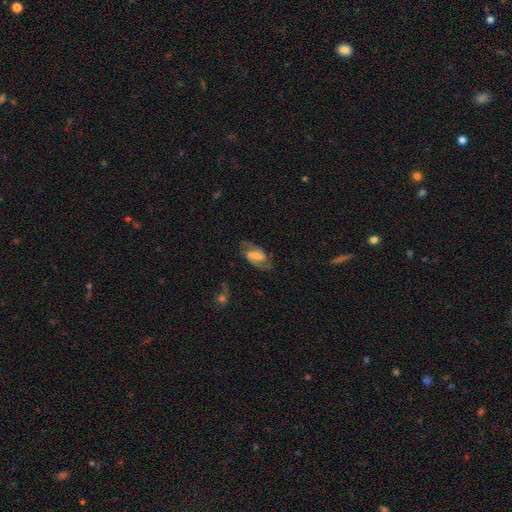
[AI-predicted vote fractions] Smooth or featured?
  - featured or disk: 77% *
  - smooth: 16%
  - star or artifact: 7%
Edge-on disk?
  - no: 95% *
  - yes: 5%
Bar?
  - weak: 47% *
  - strong: 34%
  - no: 19%
Spiral arms?
  - yes: 93% *
  - no: 7%
Spiral winding?
  - medium: 51% *
  - loose: 28%
  - tight: 21%
Spiral arm count?
  - 2: 90% *
  - can't tell: 5%
  - 1: 2%
  - 3: 1%
  - 4: 1%
  - more than 4: 1%
Bulge size?
  - moderate: 42% * (tied)
  - small: 42% * (tied)
  - none: 8%
  - large: 6%
  - dominant: 1%
Merging?
  - none: 76% *
  - minor disturbance: 15%
  - major disturbance: 7%
  - merger: 2%